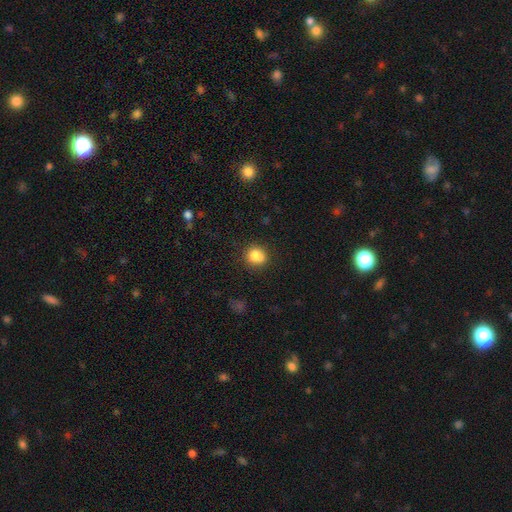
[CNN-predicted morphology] Smooth or featured? Predicted: smooth (p=0.83). How rounded? Predicted: round (p=0.76). Merging? Predicted: none (p=0.78).